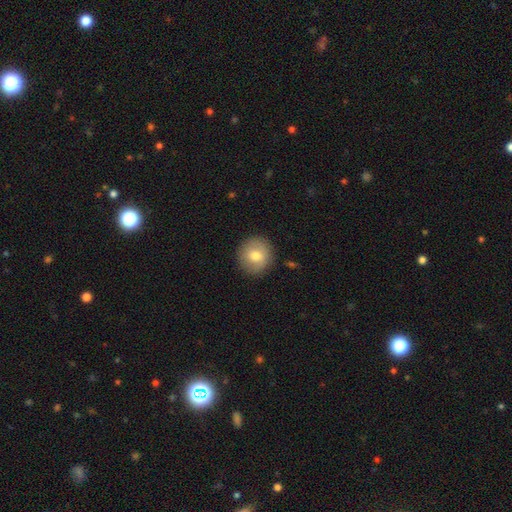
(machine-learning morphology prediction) Smooth or featured: smooth — 74% (featured or disk — 18%)
How rounded: round — 90% (in between — 9%)
Merging: none — 88% (minor disturbance — 8%)